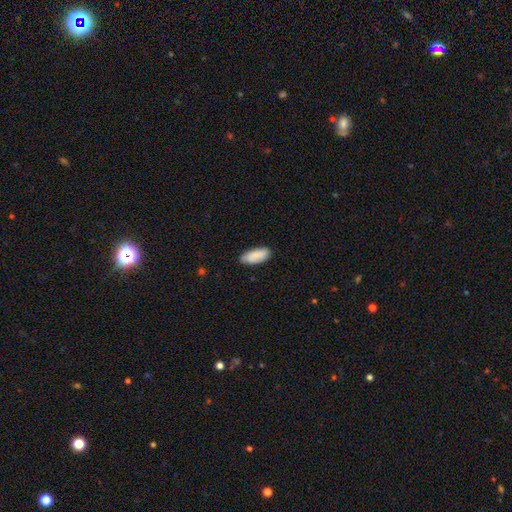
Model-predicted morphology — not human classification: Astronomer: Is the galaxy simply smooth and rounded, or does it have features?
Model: smooth — 89%.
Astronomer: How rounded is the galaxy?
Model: in between — 85%.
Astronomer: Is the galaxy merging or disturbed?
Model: none — 83%.